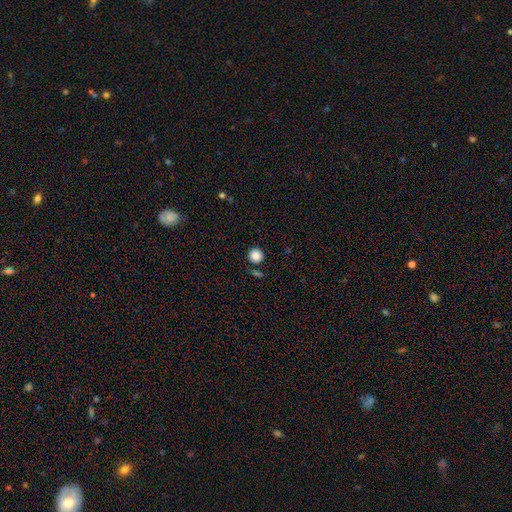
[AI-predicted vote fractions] This is clearly a smooth galaxy (86%). How rounded: clearly round (95%). Merging: clearly none (86%).